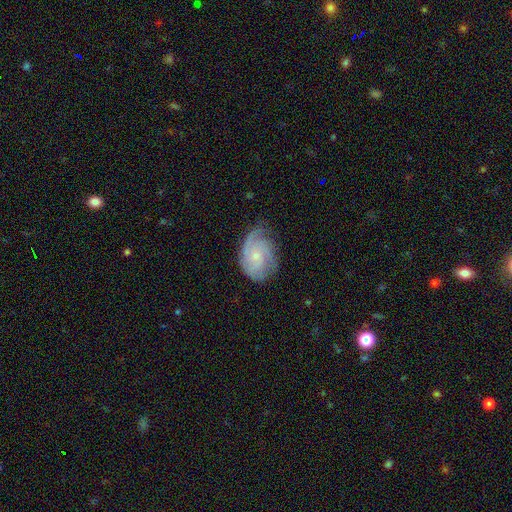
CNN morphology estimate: A featured or disk galaxy (77%) with no bar (77%), 3 (30%) tight (57%) spiral arms (95%) and a small central bulge (74%).

Vote fractions:
- Smooth or featured? featured or disk: 77% / smooth: 16% / star or artifact: 6%
- Edge-on disk? no: 97% / yes: 3%
- Bar? no: 77% / weak: 21% / strong: 3%
- Spiral arms? yes: 95% / no: 5%
- Spiral winding? tight: 57% / medium: 33% / loose: 10%
- Spiral arm count? 3: 30% / can't tell: 28% / 2: 18% / 4: 11% / 1: 7% / more than 4: 5%
- Bulge size? small: 74% / moderate: 21% / none: 3% / large: 1% / dominant: 1%
- Merging? none: 62% / minor disturbance: 27% / major disturbance: 10% / merger: 1%